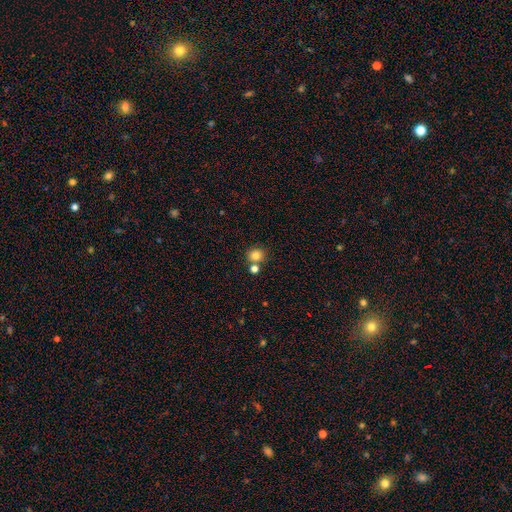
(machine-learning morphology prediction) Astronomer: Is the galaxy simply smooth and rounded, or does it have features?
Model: smooth — 81%.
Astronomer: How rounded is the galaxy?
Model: round — 85%.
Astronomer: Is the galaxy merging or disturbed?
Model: none — 69%.